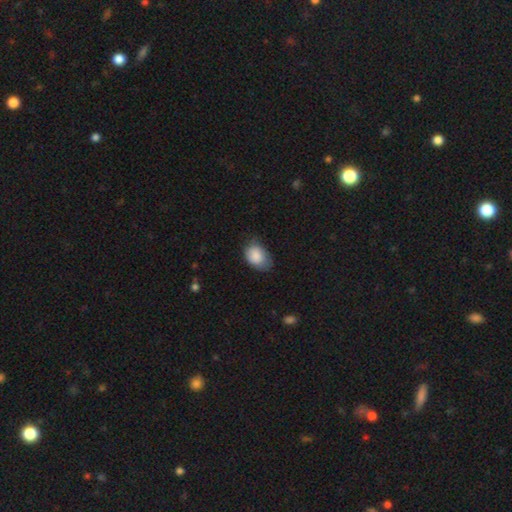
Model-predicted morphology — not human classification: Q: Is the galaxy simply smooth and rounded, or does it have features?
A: smooth — 86%.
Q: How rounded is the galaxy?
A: in between — 80%.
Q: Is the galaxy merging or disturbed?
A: none — 57%.